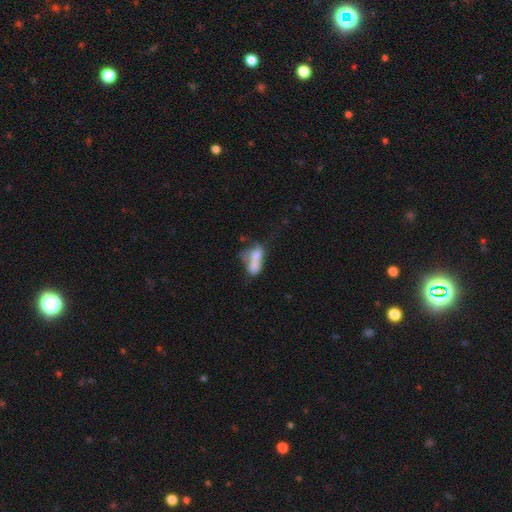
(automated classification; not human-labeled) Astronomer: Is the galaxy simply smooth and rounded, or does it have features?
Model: smooth — 56% (runner-up: featured or disk, 32%).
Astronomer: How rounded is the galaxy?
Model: in between — 76%.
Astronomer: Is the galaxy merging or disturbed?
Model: merger — 43% (runner-up: major disturbance, 24%).